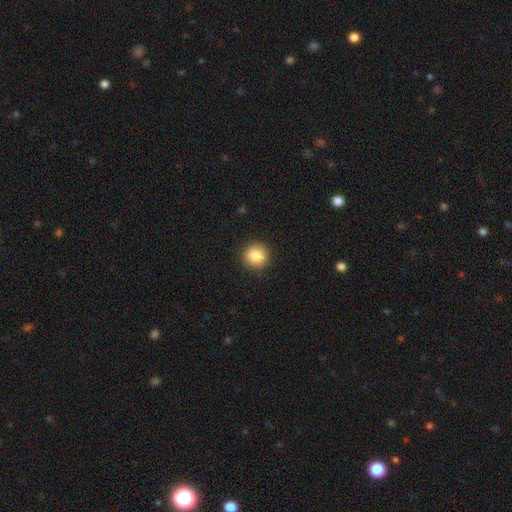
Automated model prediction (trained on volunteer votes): smooth-or-featured: smooth: 85% | star or artifact: 9% | featured or disk: 6%
  how-rounded: round: 91% | in between: 8% | cigar-shaped: 1%
  merging: none: 91% | minor disturbance: 6% | major disturbance: 2% | merger: 1%